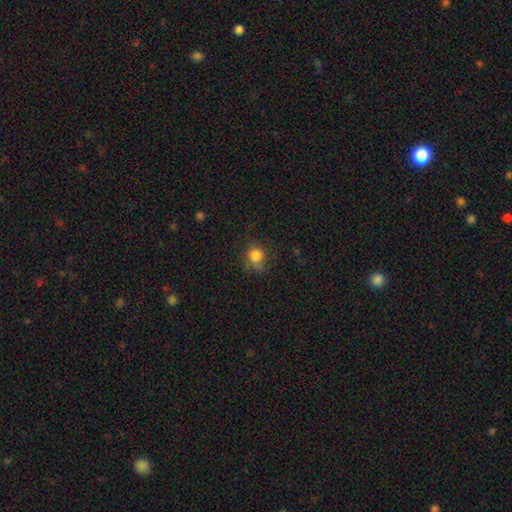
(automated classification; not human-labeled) smooth-or-featured: smooth: 81% | star or artifact: 12% | featured or disk: 7%
  how-rounded: round: 80% | in between: 19% | cigar-shaped: 1%
  merging: none: 65% | minor disturbance: 23% | major disturbance: 10% | merger: 2%